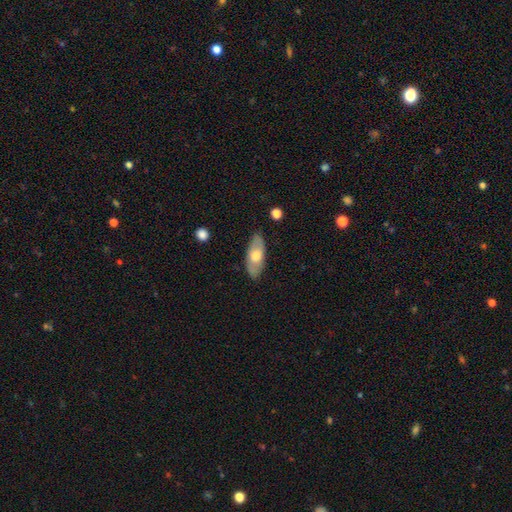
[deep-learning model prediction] This is possibly a smooth galaxy (56%). How rounded: clearly in between (86%). Merging: clearly none (84%).